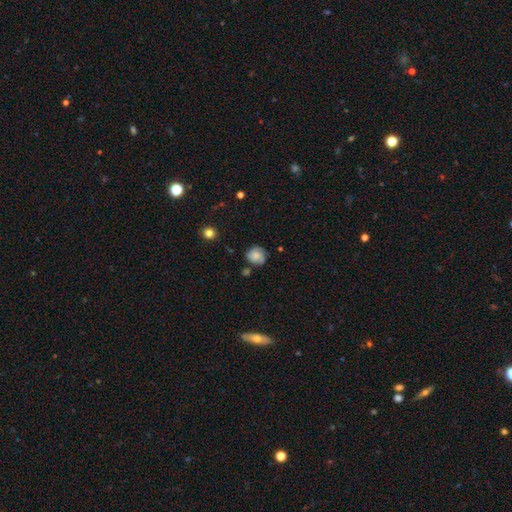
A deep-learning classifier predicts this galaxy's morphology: Smooth or featured?
  - smooth: 53% *
  - featured or disk: 37%
  - star or artifact: 10%
How rounded?
  - round: 78% *
  - in between: 21%
  - cigar-shaped: 1%
Merging?
  - none: 67% *
  - minor disturbance: 23%
  - major disturbance: 7%
  - merger: 4%